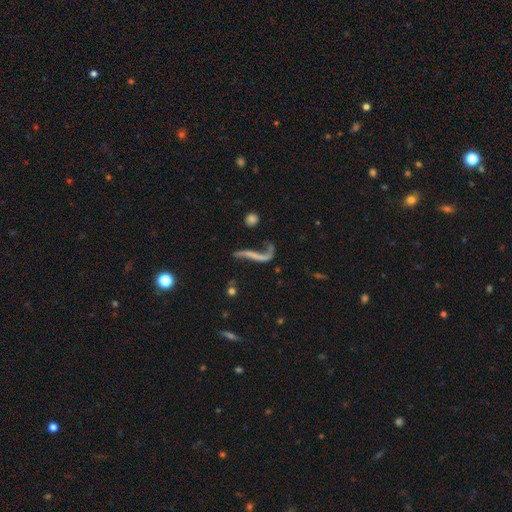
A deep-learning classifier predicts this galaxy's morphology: A featured or disk galaxy (66%) with no bar (53%), spiral arms (69%) and no central bulge (62%).

Vote fractions:
- Smooth or featured? featured or disk: 66% / smooth: 22% / star or artifact: 11%
- Edge-on disk? no: 78% / yes: 22%
- Bar? no: 53% / strong: 26% / weak: 21%
- Spiral arms? yes: 69% / no: 31%
- Bulge size? none: 62% / small: 28% / moderate: 7% / large: 2% / dominant: 2%
- Merging? none: 39% / major disturbance: 32% / minor disturbance: 17% / merger: 11%